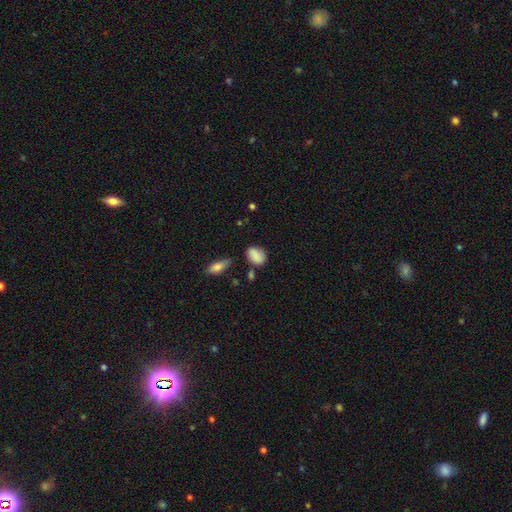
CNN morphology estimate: Overall: smooth (82%). How rounded: in between (74%). Merging: none (63%; minor disturbance 24%).